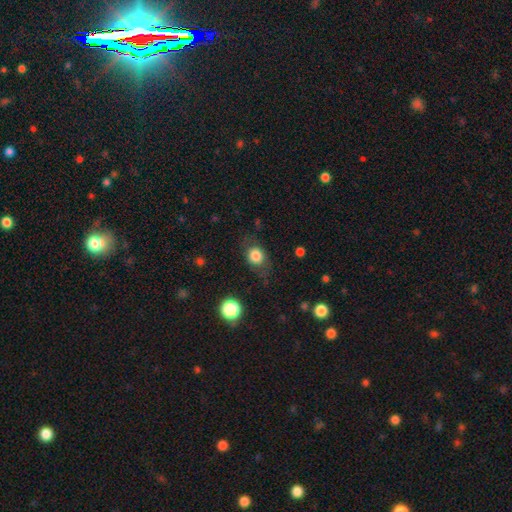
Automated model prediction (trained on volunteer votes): Smooth or featured: smooth — 79% (featured or disk — 11%)
How rounded: round — 65% (in between — 34%)
Merging: none — 69% (minor disturbance — 19%)